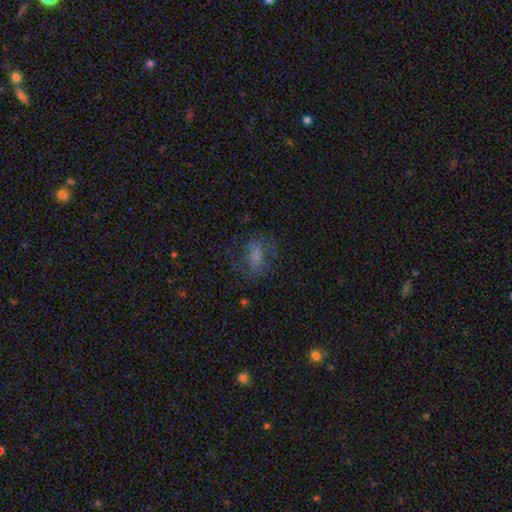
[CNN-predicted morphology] Smooth or featured: smooth — 58% (featured or disk — 26%)
How rounded: in between — 79% (round — 17%)
Merging: none — 54% (major disturbance — 23%)